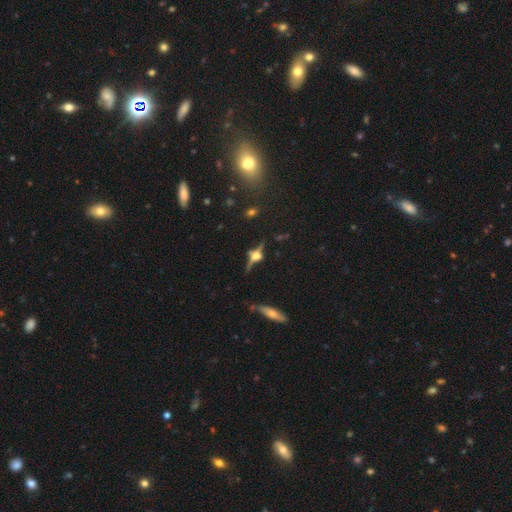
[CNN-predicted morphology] type=featured or disk (70%); edge-on=yes (92%); edge-on bulge=rounded (90%); merging=none (73%).